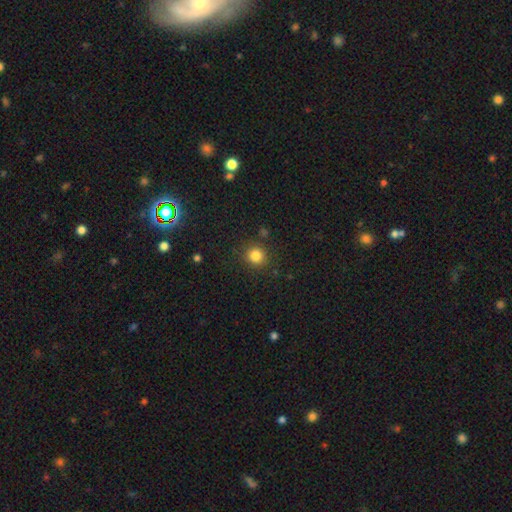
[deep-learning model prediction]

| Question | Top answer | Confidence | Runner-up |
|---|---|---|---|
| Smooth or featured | smooth | 83% | star or artifact (12%) |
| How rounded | round | 90% | in between (9%) |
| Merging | none | 87% | minor disturbance (8%) |